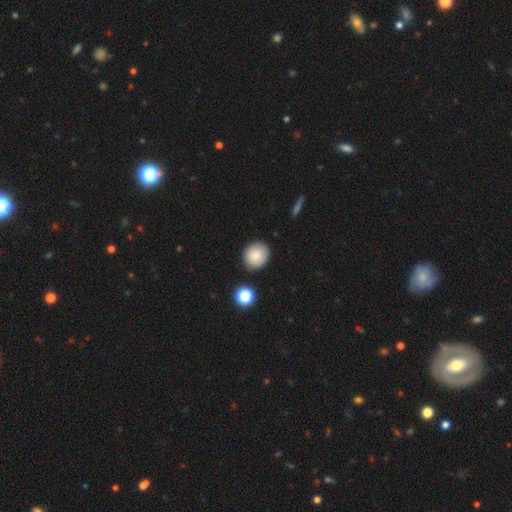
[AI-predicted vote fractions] A smooth galaxy with no disk features (84%) that is round (83%). Merging: none (86%).